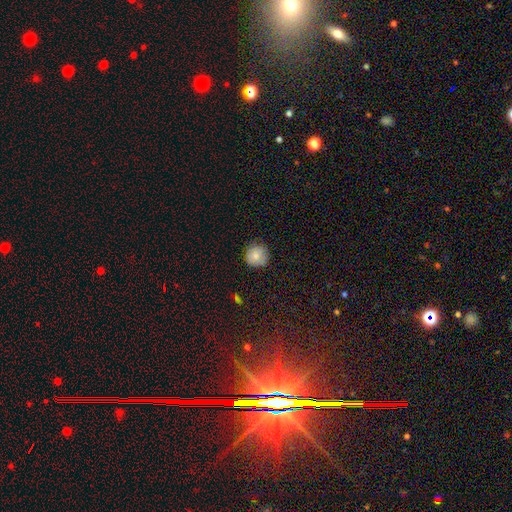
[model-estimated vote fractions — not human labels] This is likely a smooth galaxy (79%). How rounded: clearly round (93%). Merging: likely none (80%).